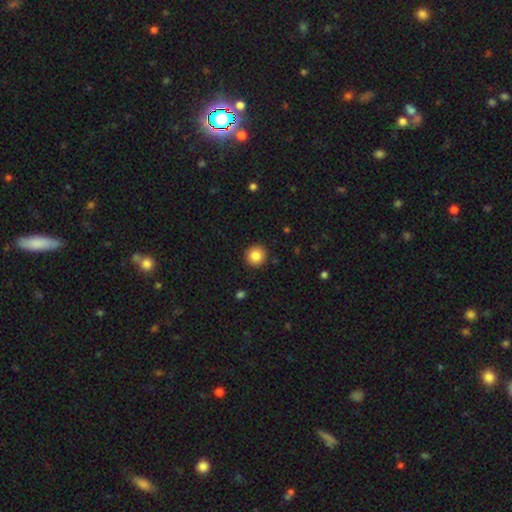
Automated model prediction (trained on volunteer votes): Overall: smooth (85%). How rounded: round (94%). Merging: none (92%).